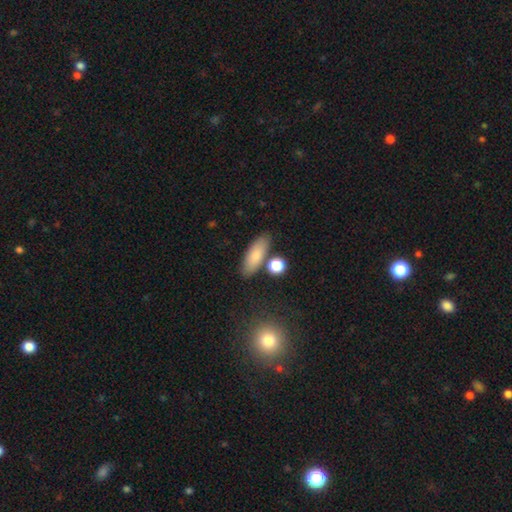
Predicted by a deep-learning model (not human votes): Q: Smooth or featured?
A: smooth (80%); runner-up: featured or disk (12%)
Q: How rounded?
A: in between (65%); runner-up: cigar-shaped (31%)
Q: Merging?
A: none (76%); runner-up: minor disturbance (11%)